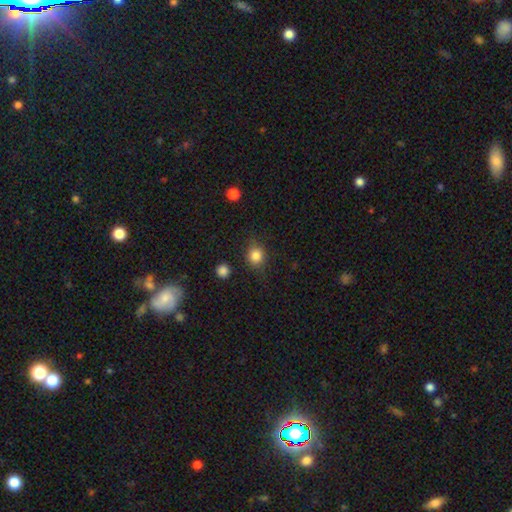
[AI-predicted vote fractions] Smooth or featured: smooth — 83% (star or artifact — 11%)
How rounded: round — 76% (in between — 23%)
Merging: none — 79% (minor disturbance — 14%)